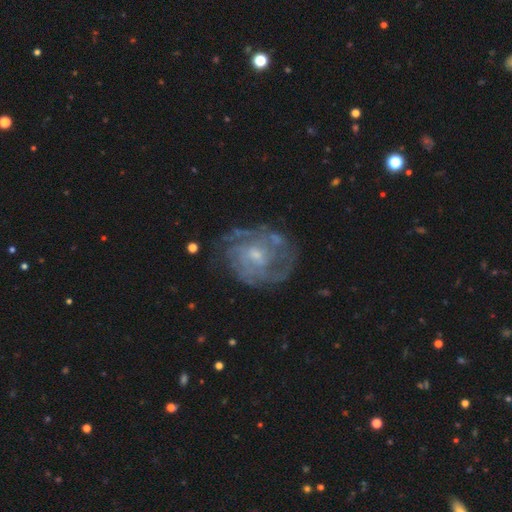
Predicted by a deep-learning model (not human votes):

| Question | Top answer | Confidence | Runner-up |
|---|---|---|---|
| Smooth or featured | featured or disk | 82% | smooth (11%) |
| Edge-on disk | no | 97% | yes (3%) |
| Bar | no | 59% | weak (35%) |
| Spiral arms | yes | 85% | no (15%) |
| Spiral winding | tight | 55% | medium (34%) |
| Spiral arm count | can't tell | 43% | 2 (18%) |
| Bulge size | small | 60% | moderate (33%) |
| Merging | none | 67% | minor disturbance (19%) |